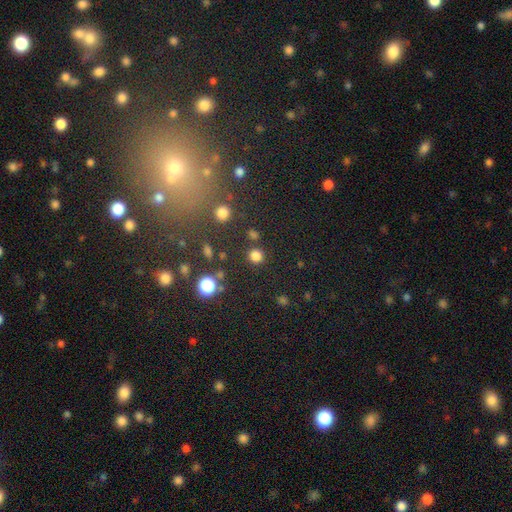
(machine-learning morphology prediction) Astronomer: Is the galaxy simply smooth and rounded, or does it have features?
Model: smooth — 79%.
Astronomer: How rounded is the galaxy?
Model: round — 90%.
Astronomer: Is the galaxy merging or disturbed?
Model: none — 85%.